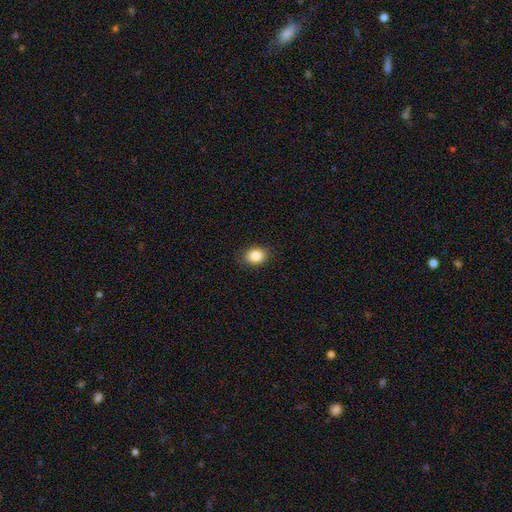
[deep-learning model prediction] The model was most divided on "how rounded": in between: 54%, round: 45%, cigar-shaped: 1%. More confident: merging — none (87%); smooth or featured — smooth (85%).